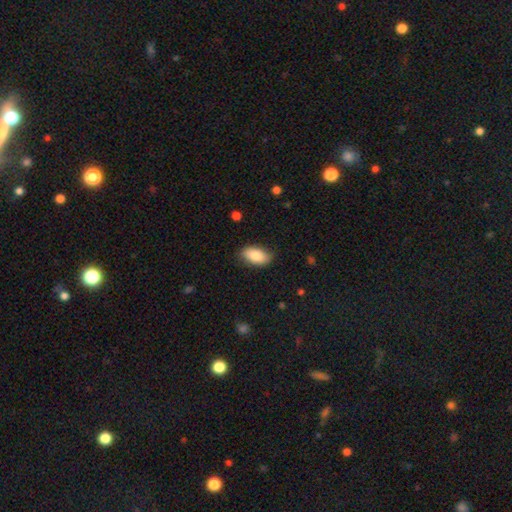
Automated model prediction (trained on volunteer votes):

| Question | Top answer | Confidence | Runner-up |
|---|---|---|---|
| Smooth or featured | smooth | 82% | featured or disk (11%) |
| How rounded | in between | 93% | round (4%) |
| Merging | none | 82% | minor disturbance (14%) |